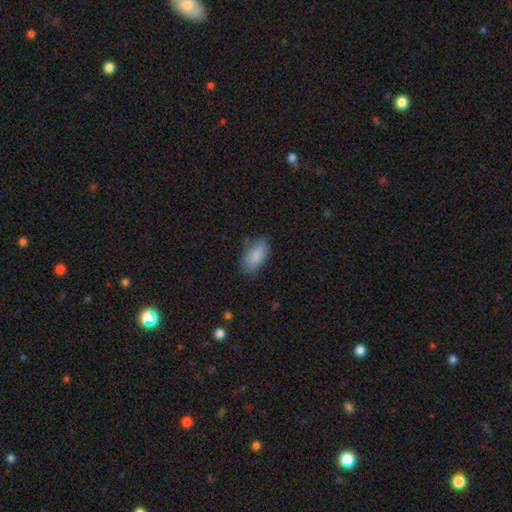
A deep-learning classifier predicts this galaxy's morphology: Smooth or featured? Predicted: smooth (p=0.84). How rounded? Predicted: in between (p=0.91). Merging? Predicted: none (p=0.68).